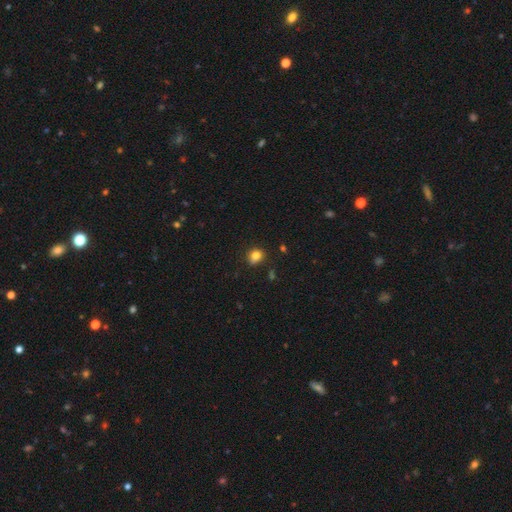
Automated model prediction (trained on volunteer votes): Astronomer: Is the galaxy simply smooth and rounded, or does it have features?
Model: smooth — 81%.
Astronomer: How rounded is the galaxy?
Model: round — 69%.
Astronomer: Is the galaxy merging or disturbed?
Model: none — 73%.